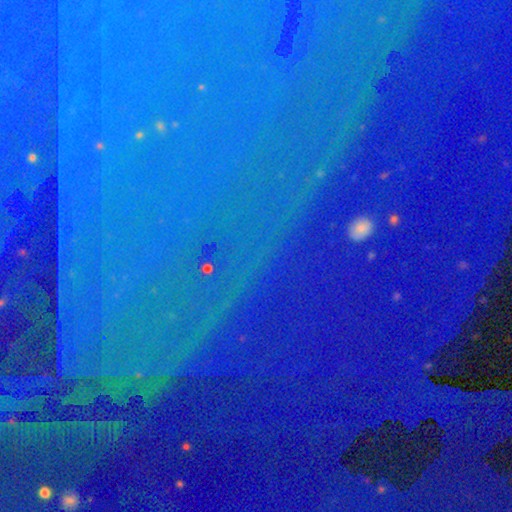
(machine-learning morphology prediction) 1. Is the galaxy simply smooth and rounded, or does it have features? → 82% star or artifact, 9% smooth, 8% featured or disk.